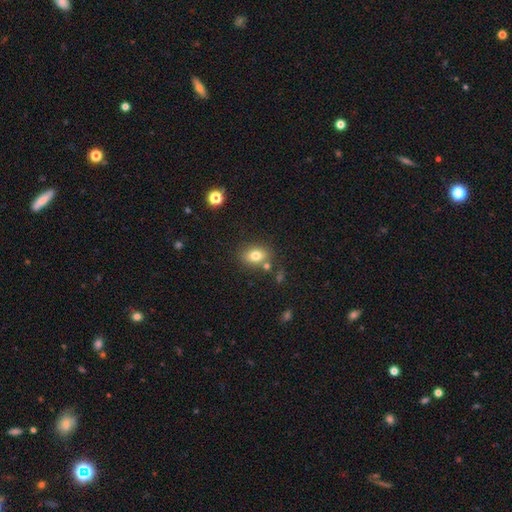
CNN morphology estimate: smooth_or_featured: smooth (p=0.77) [alt: featured or disk p=0.13]
how_rounded: in between (p=0.69) [alt: round p=0.29]
merging: none (p=0.73) [alt: minor disturbance p=0.12]